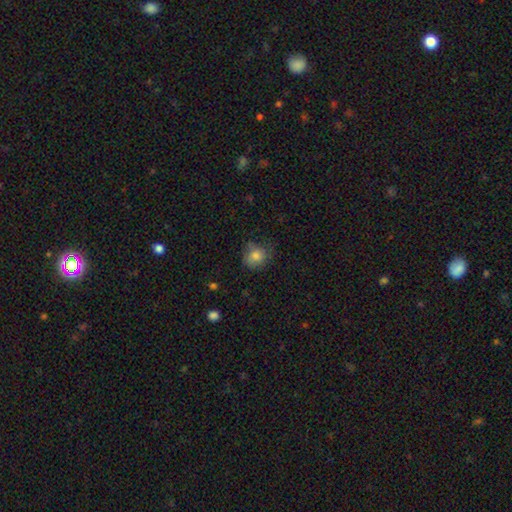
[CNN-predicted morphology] This appears to be a smooth galaxy with no disk features (81%) that is round (77%). Merging: none (65%).